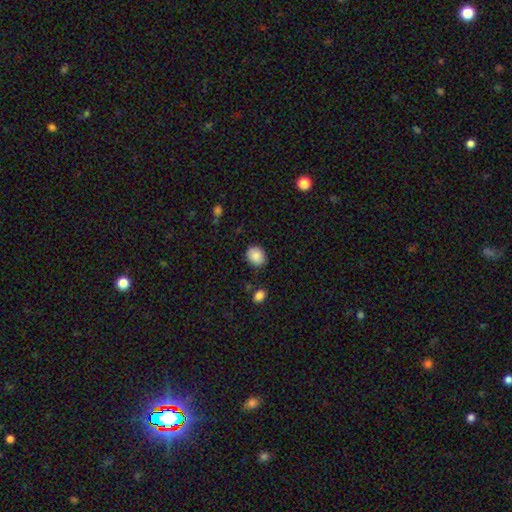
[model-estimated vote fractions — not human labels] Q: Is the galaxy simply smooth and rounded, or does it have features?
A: smooth — 87%.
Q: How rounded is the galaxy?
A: in between — 54%.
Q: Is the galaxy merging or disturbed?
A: none — 84%.